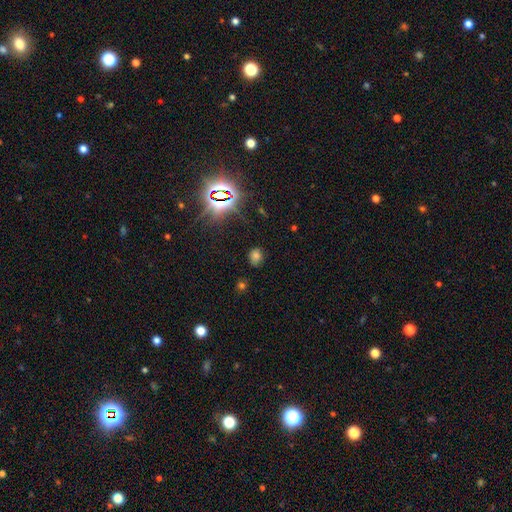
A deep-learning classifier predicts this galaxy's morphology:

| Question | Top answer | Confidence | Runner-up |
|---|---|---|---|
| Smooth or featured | smooth | 52% | star or artifact (39%) |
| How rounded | in between | 53% | round (45%) |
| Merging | none | 81% | minor disturbance (12%) |